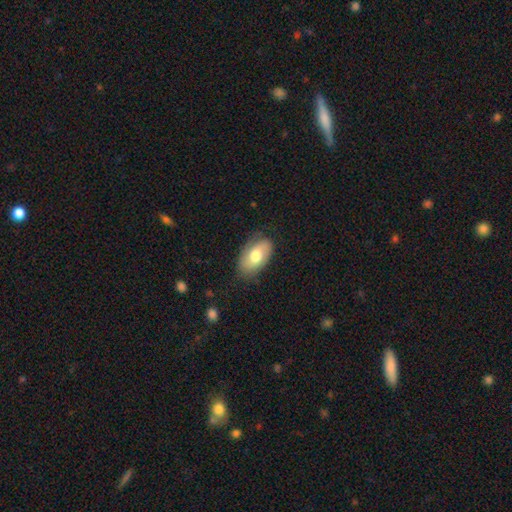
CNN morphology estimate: smooth 65%, featured or disk 29%, star or artifact 6%. Down the decision tree: how rounded — in between (93%); merging — none (76%).